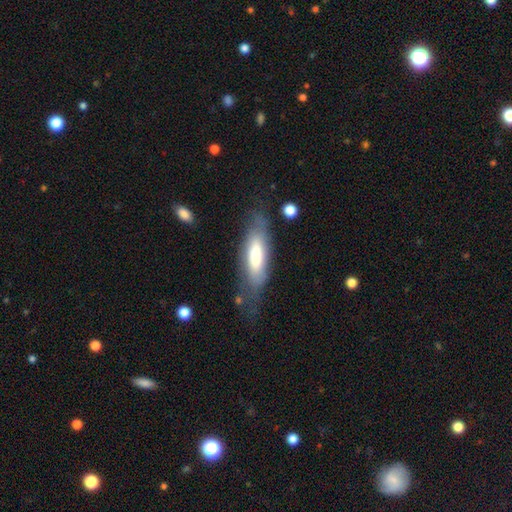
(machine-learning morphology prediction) Q: Smooth or featured?
A: smooth (68%); runner-up: featured or disk (25%)
Q: How rounded?
A: in between (58%); runner-up: cigar-shaped (41%)
Q: Merging?
A: none (58%); runner-up: minor disturbance (24%)